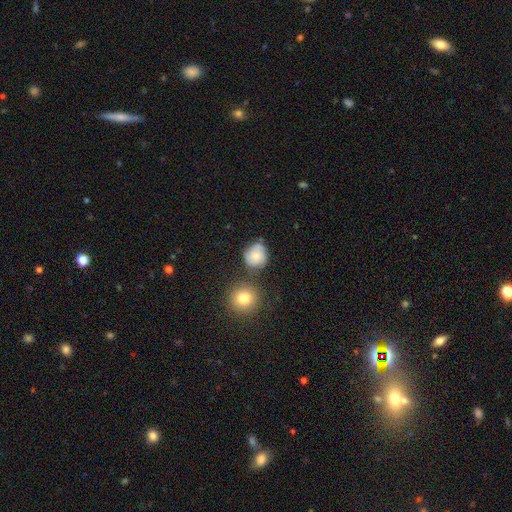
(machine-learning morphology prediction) smooth_or_featured: smooth (p=0.60) [alt: featured or disk p=0.30]
how_rounded: round (p=0.83) [alt: in between p=0.16]
merging: none (p=0.62) [alt: minor disturbance p=0.22]